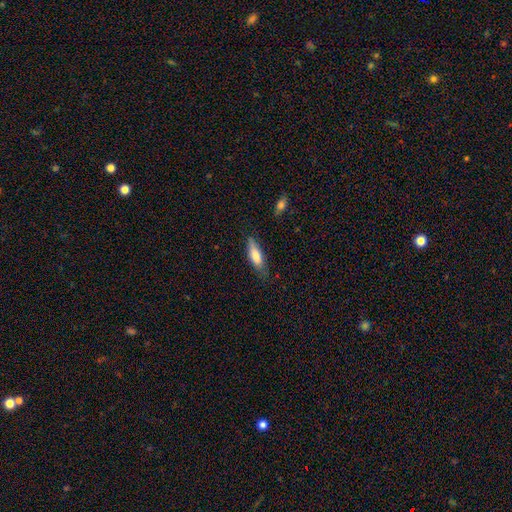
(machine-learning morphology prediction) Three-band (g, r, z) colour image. It shows a smooth galaxy with no disk features (77%) that is in between round and cigar-shaped (52%). Merging: none (68%).